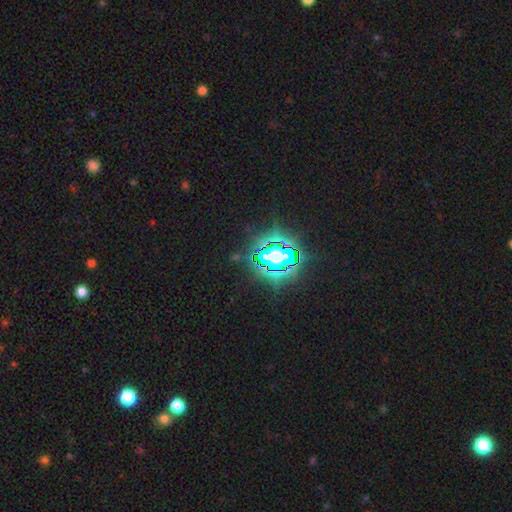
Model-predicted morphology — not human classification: Overall: star or artifact (80%).